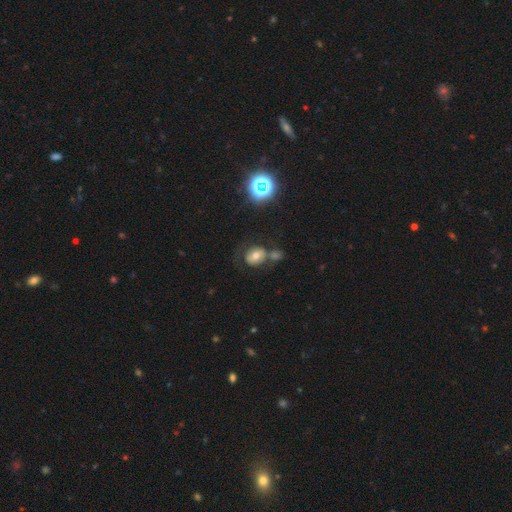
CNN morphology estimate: Q: Smooth or featured?
A: smooth (55%); runner-up: featured or disk (27%)
Q: How rounded?
A: round (51%); runner-up: in between (47%)
Q: Merging?
A: none (46%); runner-up: merger (29%)